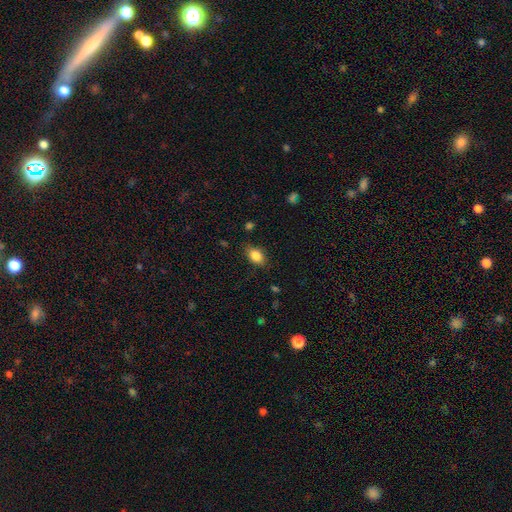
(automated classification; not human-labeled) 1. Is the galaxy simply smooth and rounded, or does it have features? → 85% smooth, 9% star or artifact, 6% featured or disk.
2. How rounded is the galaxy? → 82% in between, 16% round, 2% cigar-shaped.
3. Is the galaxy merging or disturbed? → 82% none, 14% minor disturbance, 3% major disturbance, 1% merger.